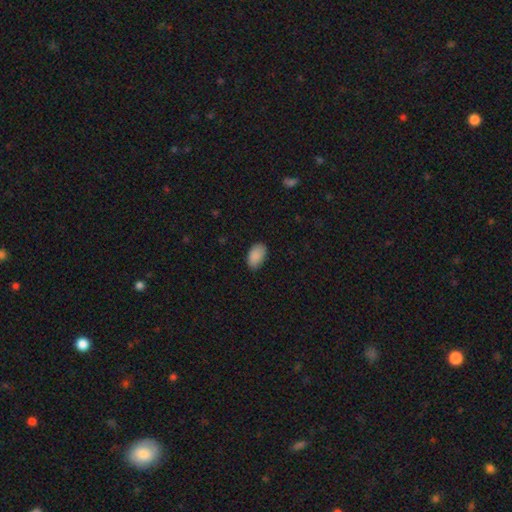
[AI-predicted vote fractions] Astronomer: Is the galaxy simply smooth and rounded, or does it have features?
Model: smooth — 89%.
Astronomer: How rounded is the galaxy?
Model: in between — 92%.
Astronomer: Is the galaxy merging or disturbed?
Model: none — 77%.